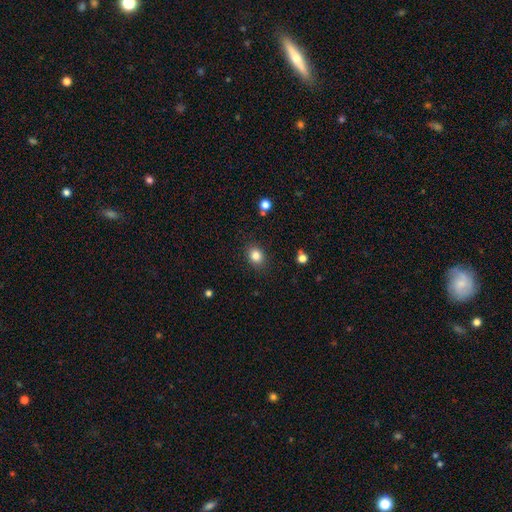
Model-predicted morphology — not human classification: smooth-or-featured: smooth: 84% | star or artifact: 10% | featured or disk: 6%
  how-rounded: in between: 50% | round: 49% | cigar-shaped: 1%
  merging: none: 85% | minor disturbance: 10% | major disturbance: 3% | merger: 1%